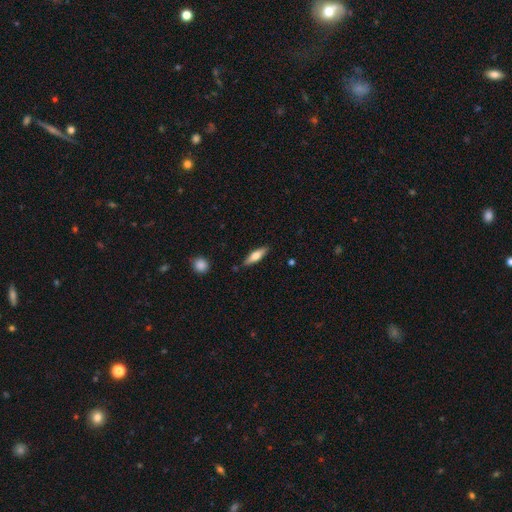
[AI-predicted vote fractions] smooth 57%, featured or disk 37%, star or artifact 6%. Down the decision tree: how rounded — cigar-shaped (60%); merging — none (86%).